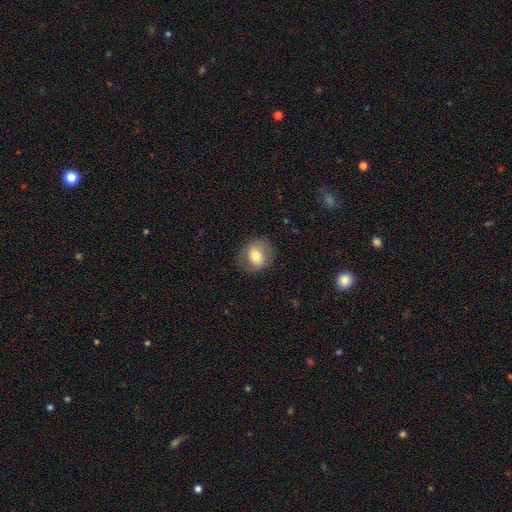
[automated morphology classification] smooth-or-featured: smooth: 66% | featured or disk: 26% | star or artifact: 9%
  how-rounded: round: 67% | in between: 32% | cigar-shaped: 1%
  merging: none: 77% | minor disturbance: 16% | major disturbance: 7% | merger: 1%